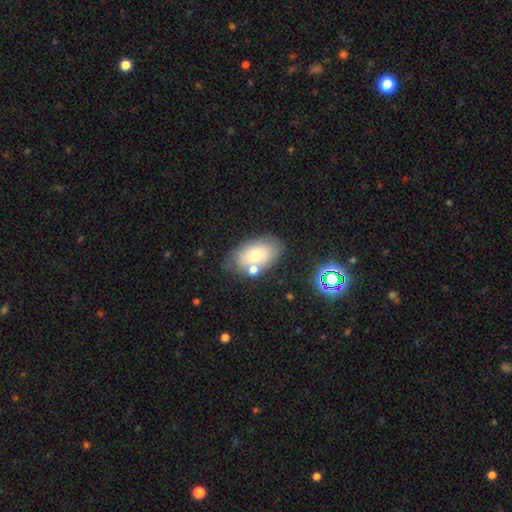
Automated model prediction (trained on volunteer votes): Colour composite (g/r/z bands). It shows a smooth galaxy with no disk features (64%) that is in between round and cigar-shaped (87%). Merging: none (65%).